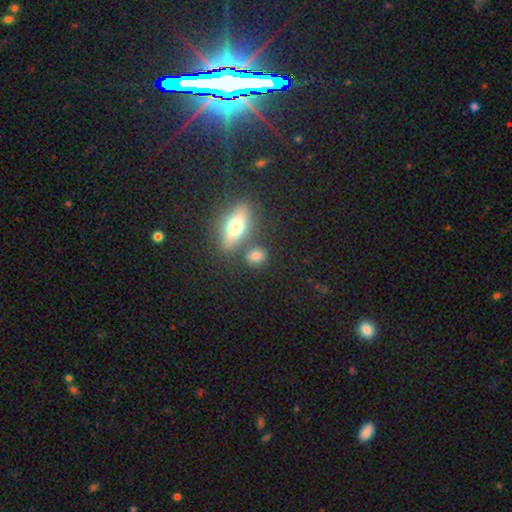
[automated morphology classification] Smooth or featured: smooth — 74% (featured or disk — 14%)
How rounded: round — 51% (in between — 43%)
Merging: none — 72% (merger — 13%)